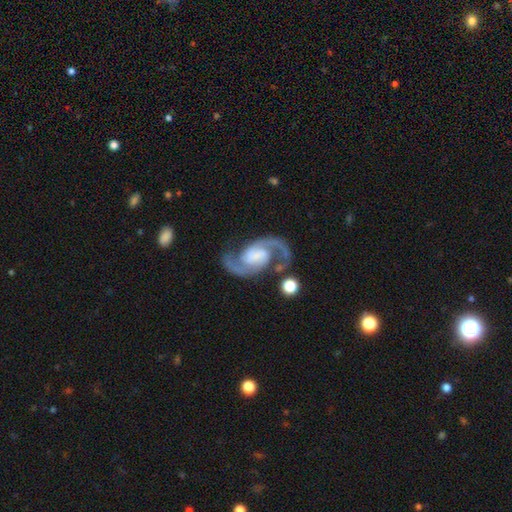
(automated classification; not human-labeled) Smooth or featured?
  - featured or disk: 93% *
  - star or artifact: 4%
  - smooth: 3%
Edge-on disk?
  - no: 98% *
  - yes: 2%
Bar?
  - weak: 43% *
  - no: 38%
  - strong: 19%
Spiral arms?
  - yes: 98% *
  - no: 2%
Spiral winding?
  - medium: 60% *
  - loose: 26%
  - tight: 13%
Spiral arm count?
  - 2: 95% *
  - can't tell: 1%
  - 1: 1%
  - 3: 1%
  - 4: 1%
  - more than 4: 1%
Bulge size?
  - none: 35% *
  - small: 28%
  - moderate: 21%
  - large: 13%
  - dominant: 3%
Merging?
  - none: 77% *
  - minor disturbance: 13%
  - major disturbance: 6%
  - merger: 4%